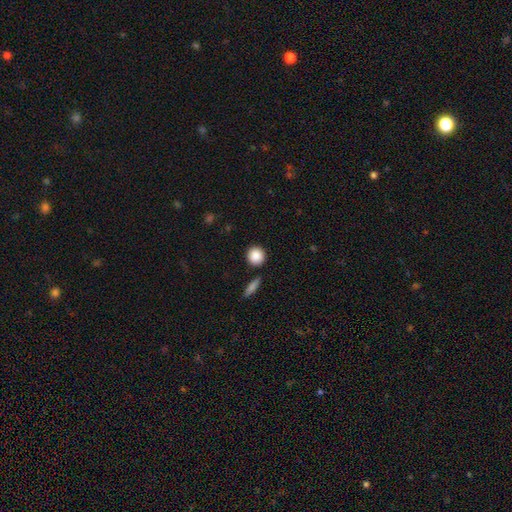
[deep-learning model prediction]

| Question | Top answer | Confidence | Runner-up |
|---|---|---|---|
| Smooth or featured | smooth | 88% | star or artifact (8%) |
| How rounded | round | 89% | in between (10%) |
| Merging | none | 86% | minor disturbance (8%) |